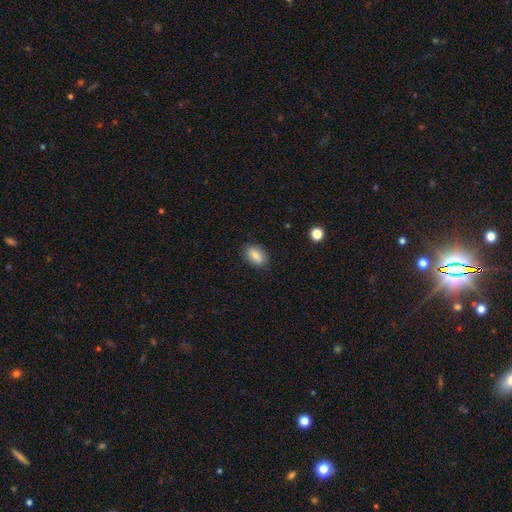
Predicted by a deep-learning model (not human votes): Q: Smooth or featured?
A: smooth (82%); runner-up: featured or disk (10%)
Q: How rounded?
A: in between (87%); runner-up: round (11%)
Q: Merging?
A: none (83%); runner-up: minor disturbance (13%)